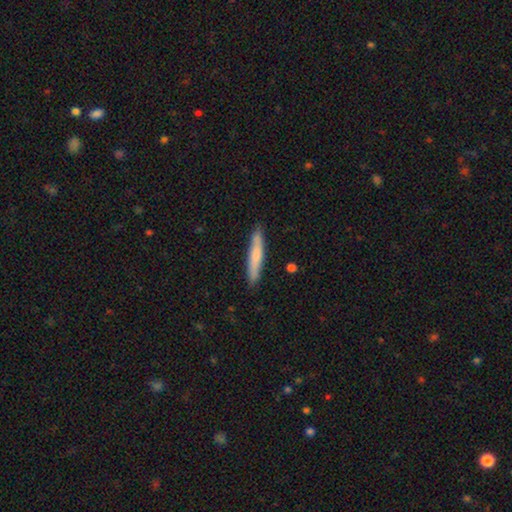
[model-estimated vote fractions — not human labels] A smooth galaxy with no disk features (71%) that is cigar-shaped (93%). Merging: none (89%).